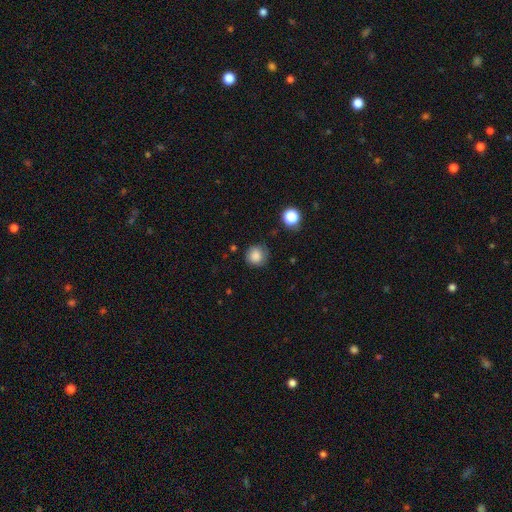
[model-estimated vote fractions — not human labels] Overall: smooth (83%). How rounded: round (90%). Merging: none (75%).